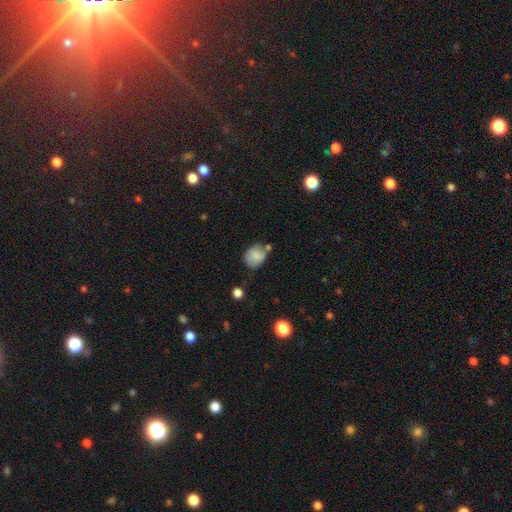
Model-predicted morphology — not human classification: type=smooth (78%); roundness=round (61%); merging=none (51%).